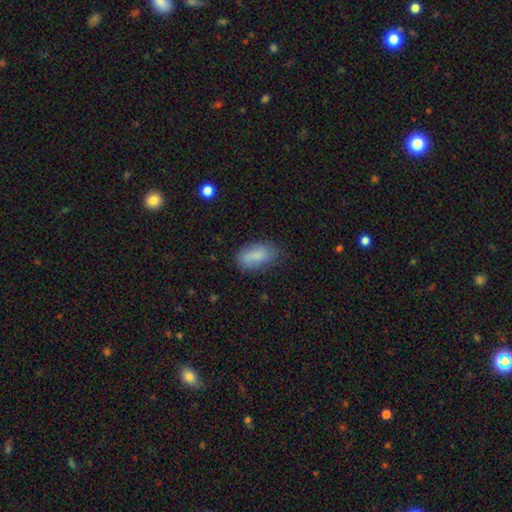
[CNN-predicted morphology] smooth_or_featured: smooth (p=0.82) [alt: featured or disk p=0.11]
how_rounded: in between (p=0.91) [alt: cigar-shaped p=0.05]
merging: none (p=0.71) [alt: minor disturbance p=0.22]